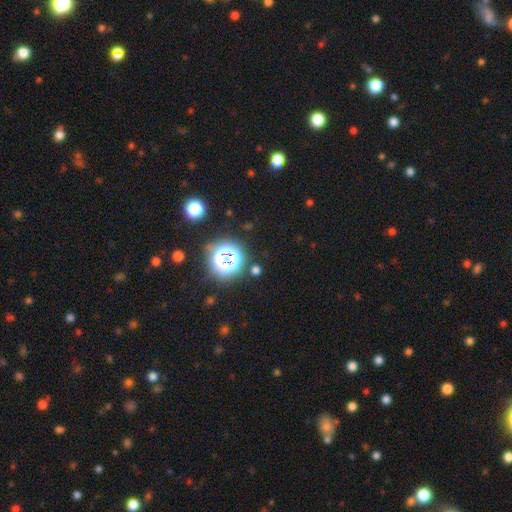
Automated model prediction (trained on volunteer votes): This is likely a star or artifact rather than a galaxy (78%).